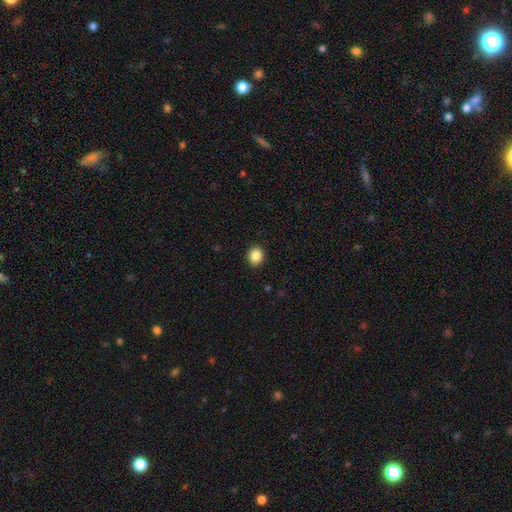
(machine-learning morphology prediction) smooth_or_featured: smooth (p=0.88) [alt: star or artifact p=0.09]
how_rounded: round (p=0.68) [alt: in between p=0.31]
merging: none (p=0.92) [alt: minor disturbance p=0.06]